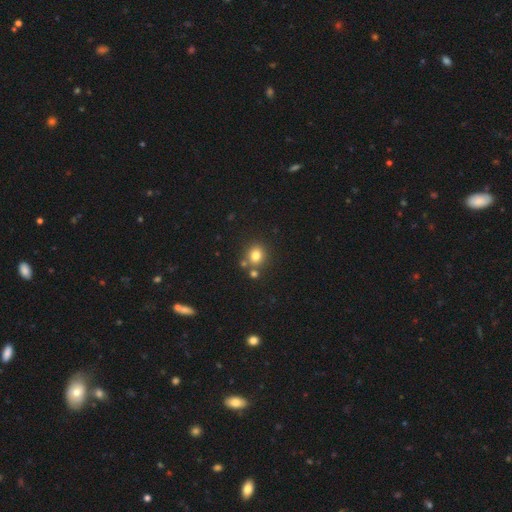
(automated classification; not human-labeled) Smooth or featured? smooth (78%)
How rounded? round (80%)
Merging? none (73%)